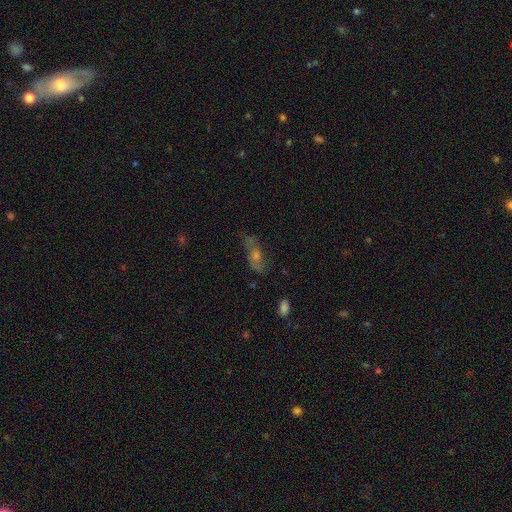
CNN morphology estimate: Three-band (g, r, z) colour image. It shows a featured or disk galaxy (52%). Merging: none (68%).